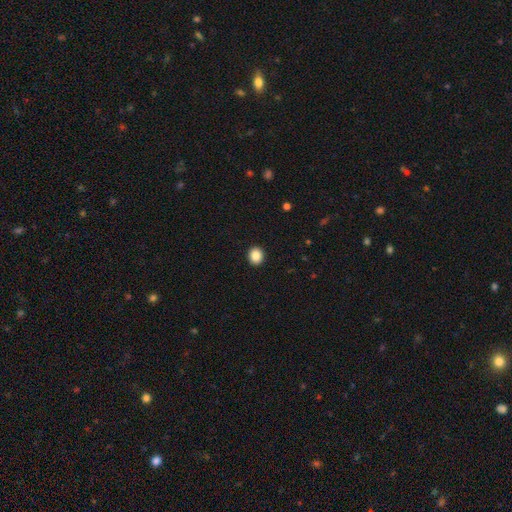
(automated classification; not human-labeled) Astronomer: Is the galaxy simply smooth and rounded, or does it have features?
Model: smooth — 87%.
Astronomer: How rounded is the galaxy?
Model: round — 78%.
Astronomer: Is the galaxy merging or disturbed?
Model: none — 93%.